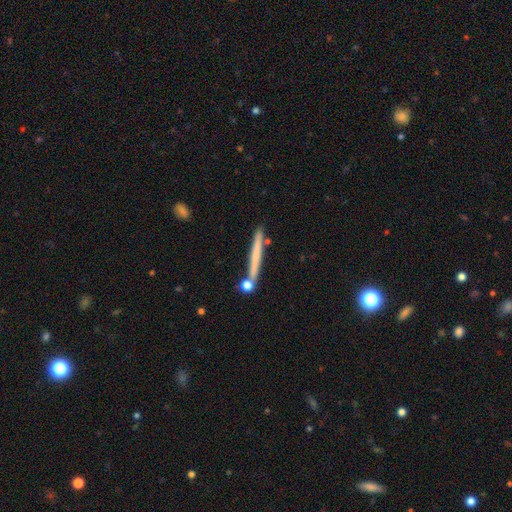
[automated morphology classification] Overall: smooth (53%; featured or disk 40%). How rounded: cigar-shaped (96%). Merging: none (80%).